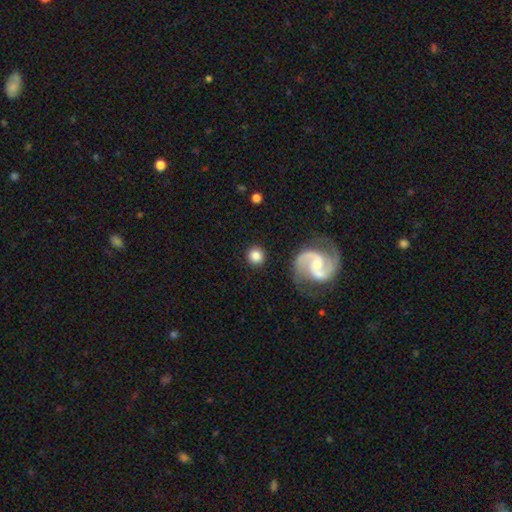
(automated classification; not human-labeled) smooth-or-featured: smooth: 76% | featured or disk: 17% | star or artifact: 8%
  how-rounded: round: 93% | in between: 6% | cigar-shaped: 1%
  merging: none: 87% | minor disturbance: 6% | major disturbance: 3% | merger: 3%